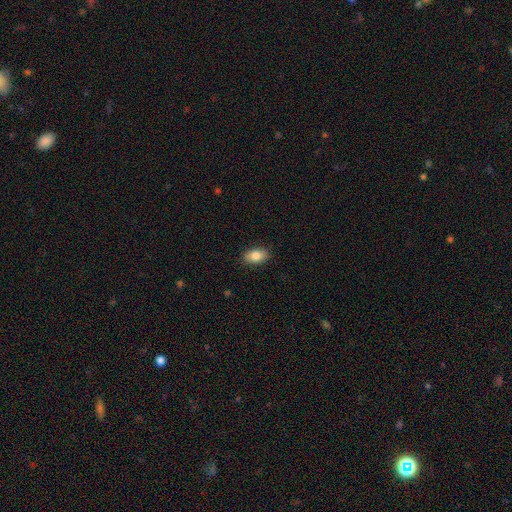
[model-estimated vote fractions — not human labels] Morphology: type=smooth (84%); roundness=in between (90%); merging=none (88%).